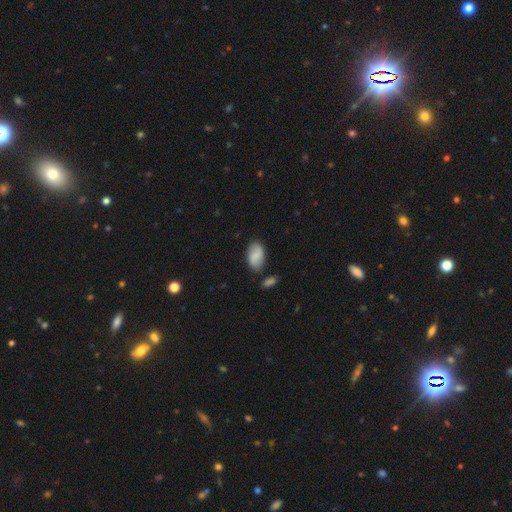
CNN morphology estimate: Q: Smooth or featured?
A: smooth (80%); runner-up: featured or disk (13%)
Q: How rounded?
A: in between (93%); runner-up: round (5%)
Q: Merging?
A: none (74%); runner-up: minor disturbance (16%)